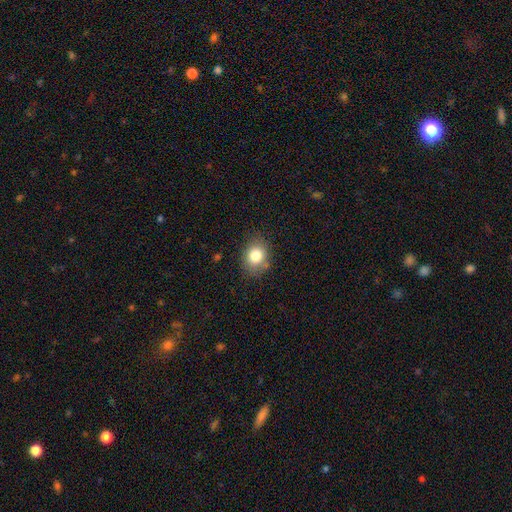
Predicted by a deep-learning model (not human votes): smooth 81%, star or artifact 10%, featured or disk 9%. Down the decision tree: how rounded — round (53%); merging — none (80%).